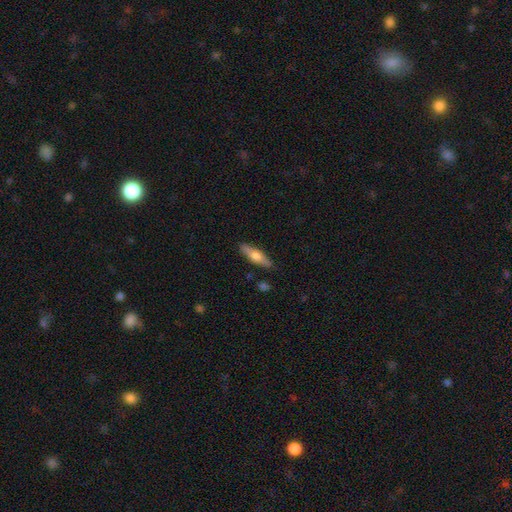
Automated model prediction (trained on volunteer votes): Smooth or featured? smooth (55%)
How rounded? cigar-shaped (66%)
Merging? none (86%)